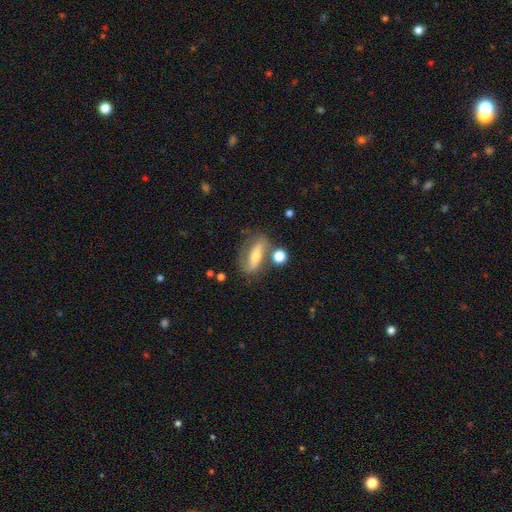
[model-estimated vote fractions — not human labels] Overall: featured or disk (59%; smooth 33%). Edge-on disk: no (63%; yes 37%). Merging: none (67%).